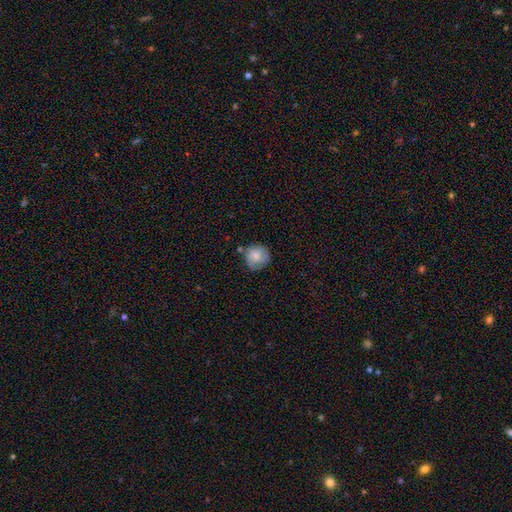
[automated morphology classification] A smooth galaxy with no disk features (75%) that is round (87%). Merging: none (63%).